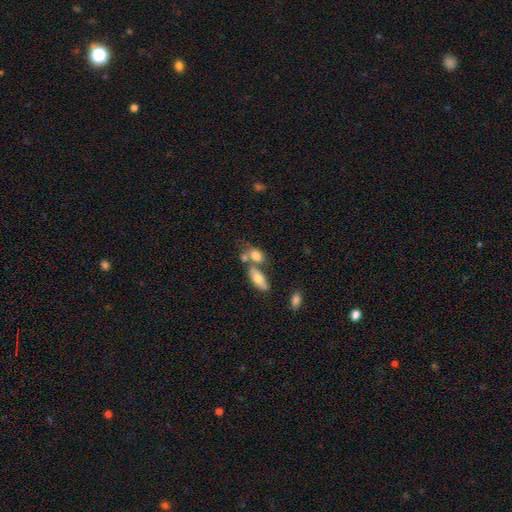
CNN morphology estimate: This is likely a smooth galaxy (75%). How rounded: likely in between (76%). Merging: possibly merger (46%).